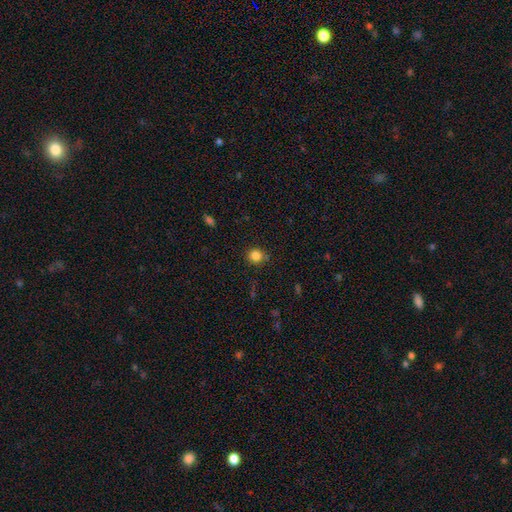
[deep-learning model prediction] A smooth galaxy with no disk features (83%) that is round (87%). Merging: none (84%).